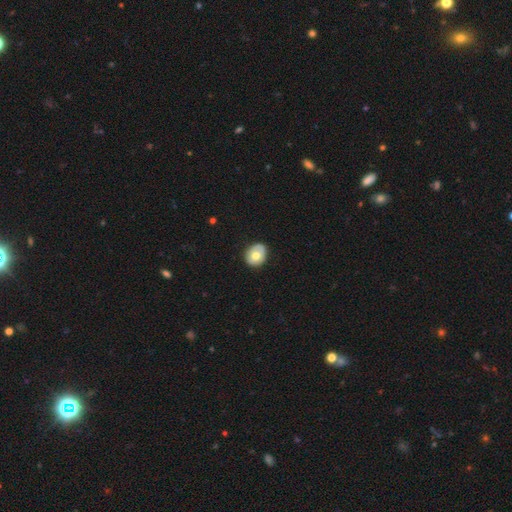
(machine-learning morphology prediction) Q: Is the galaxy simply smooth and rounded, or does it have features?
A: smooth — 63%.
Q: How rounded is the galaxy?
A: round — 65%.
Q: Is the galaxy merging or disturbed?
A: none — 80%.